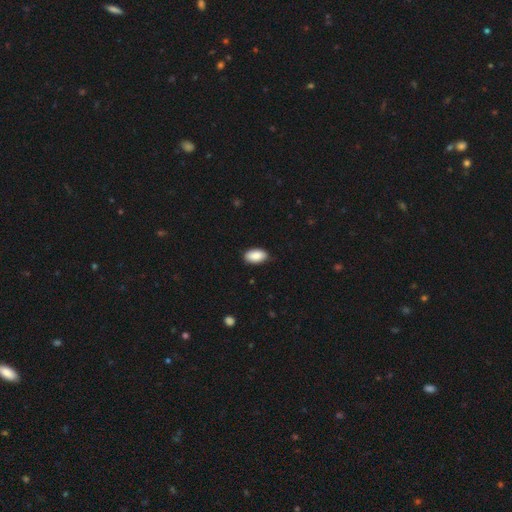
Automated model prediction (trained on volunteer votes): smooth_or_featured: smooth (p=0.89) [alt: star or artifact p=0.07]
how_rounded: in between (p=0.94) [alt: round p=0.04]
merging: none (p=0.82) [alt: minor disturbance p=0.15]